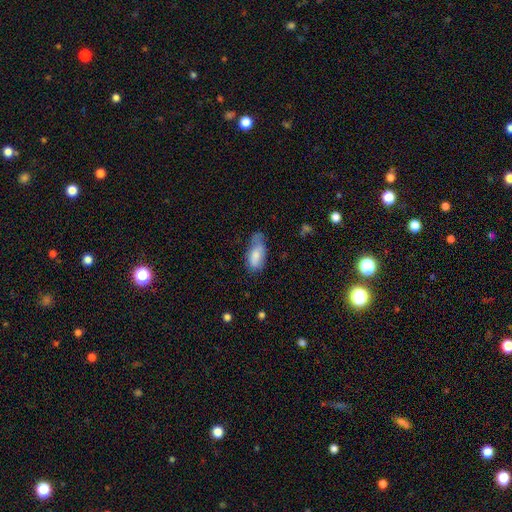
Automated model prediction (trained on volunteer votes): Morphology: type=smooth (77%); roundness=in between (88%); merging=minor disturbance (40%).